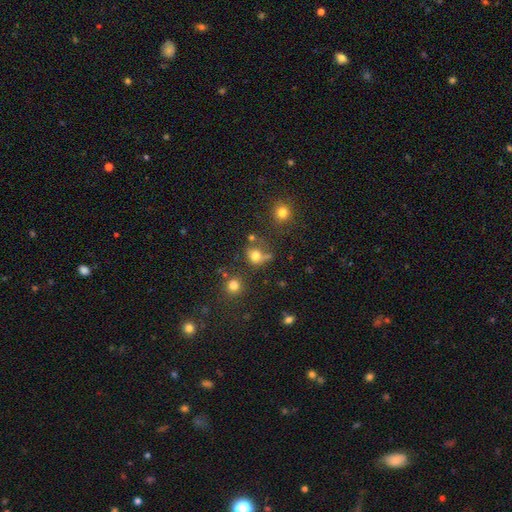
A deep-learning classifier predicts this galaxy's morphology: This is likely a smooth galaxy (74%). How rounded: likely round (73%). Merging: possibly none (53%).